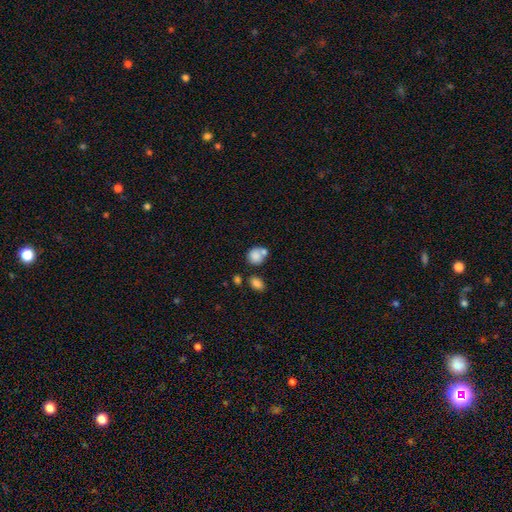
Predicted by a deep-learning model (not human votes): This appears to be a smooth galaxy with no disk features (81%) that is round (67%). Merging: none (41%).